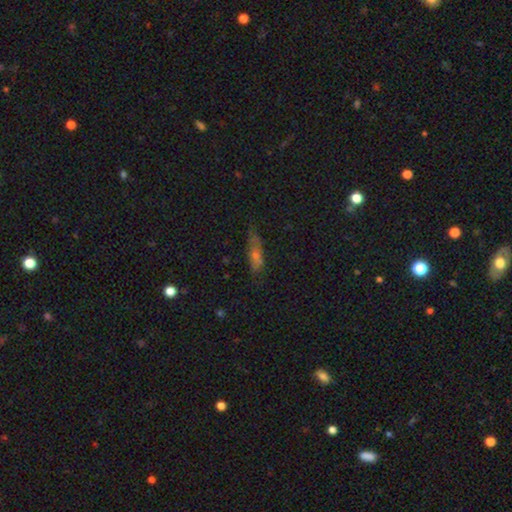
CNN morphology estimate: Q: Smooth or featured?
A: smooth (52%); runner-up: featured or disk (31%)
Q: How rounded?
A: cigar-shaped (59%); runner-up: in between (36%)
Q: Merging?
A: none (67%); runner-up: minor disturbance (23%)